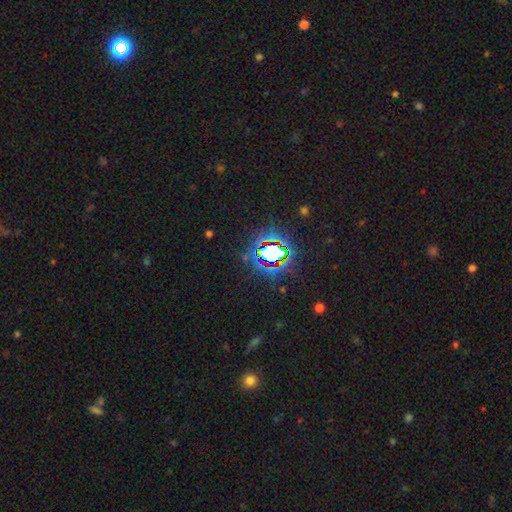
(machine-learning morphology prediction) This appears to be a star or artifact, not a galaxy (80%).